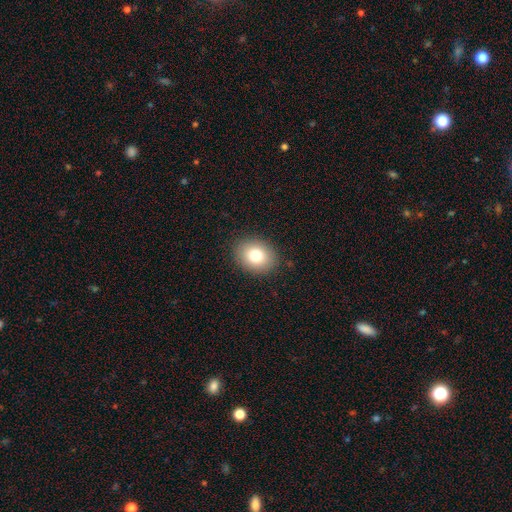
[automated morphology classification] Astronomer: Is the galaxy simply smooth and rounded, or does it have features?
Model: smooth — 79%.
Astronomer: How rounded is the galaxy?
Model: round — 50% (runner-up: in between, 49%).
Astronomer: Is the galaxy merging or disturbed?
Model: none — 89%.